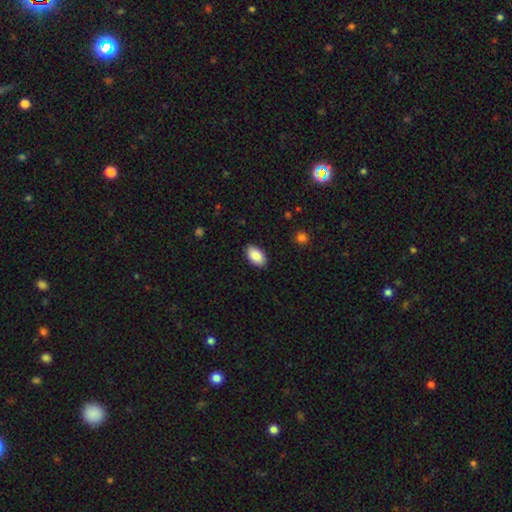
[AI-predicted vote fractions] Q: Smooth or featured?
A: smooth (89%); runner-up: star or artifact (6%)
Q: How rounded?
A: in between (95%); runner-up: round (4%)
Q: Merging?
A: none (89%); runner-up: minor disturbance (8%)